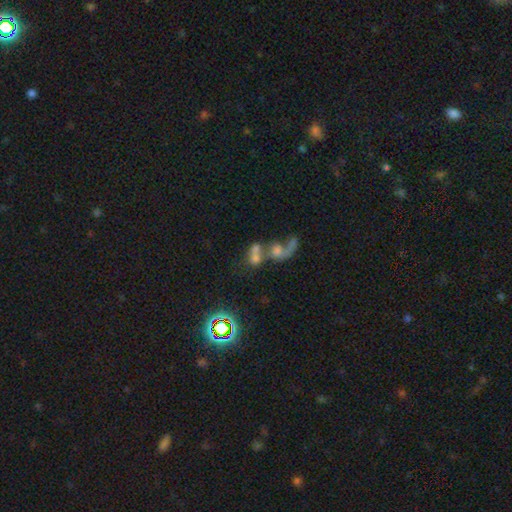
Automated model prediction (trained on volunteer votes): A smooth galaxy with no disk features (40%).

Vote fractions:
- Smooth or featured? smooth: 40% / featured or disk: 35% / star or artifact: 25%
- Merging? merger: 71% / none: 14% / major disturbance: 11% / minor disturbance: 5%